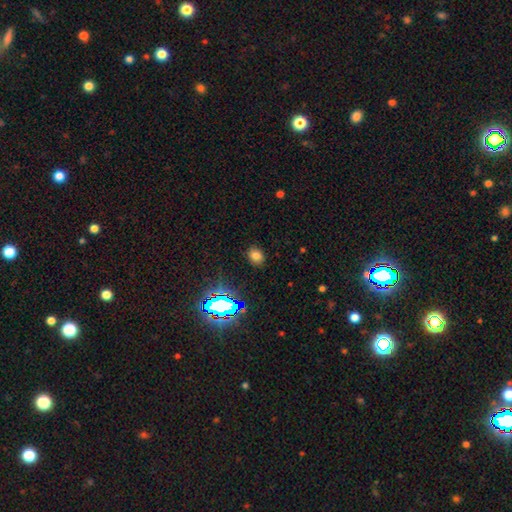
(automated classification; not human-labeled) Smooth or featured: smooth — 72% (star or artifact — 21%)
How rounded: in between — 51% (round — 48%)
Merging: none — 86% (minor disturbance — 10%)